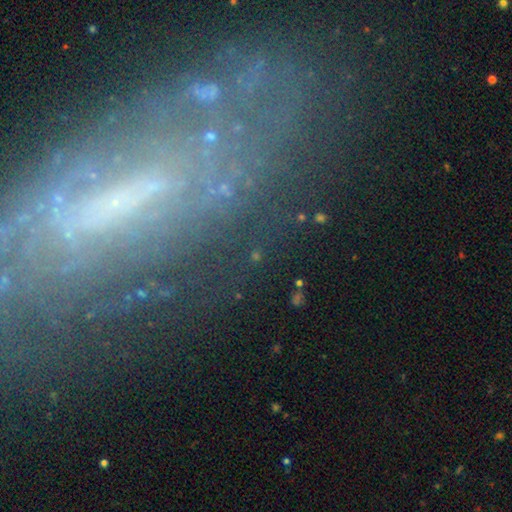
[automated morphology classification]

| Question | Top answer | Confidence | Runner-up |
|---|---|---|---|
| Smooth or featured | star or artifact | 40% | featured or disk (35%) |